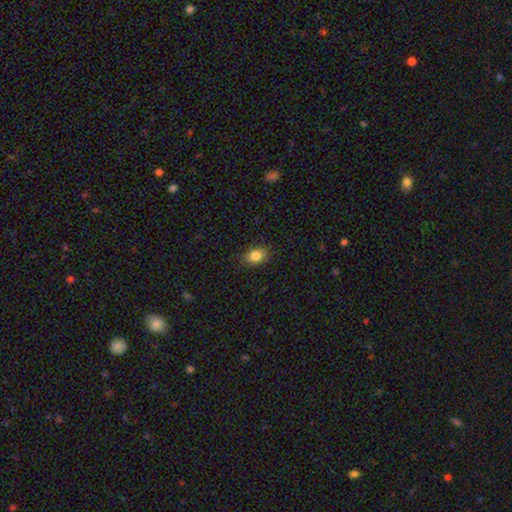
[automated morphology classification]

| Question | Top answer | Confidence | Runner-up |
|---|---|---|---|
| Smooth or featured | smooth | 84% | star or artifact (10%) |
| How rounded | in between | 72% | round (27%) |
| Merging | none | 84% | minor disturbance (12%) |